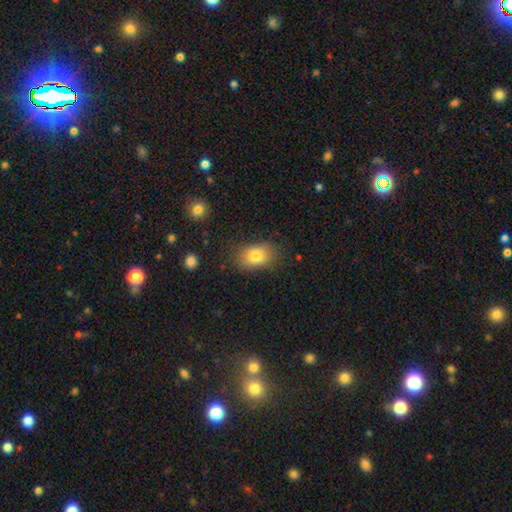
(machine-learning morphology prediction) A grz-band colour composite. It shows a smooth galaxy with no disk features (79%) that is in between round and cigar-shaped (76%). Merging: none (78%).